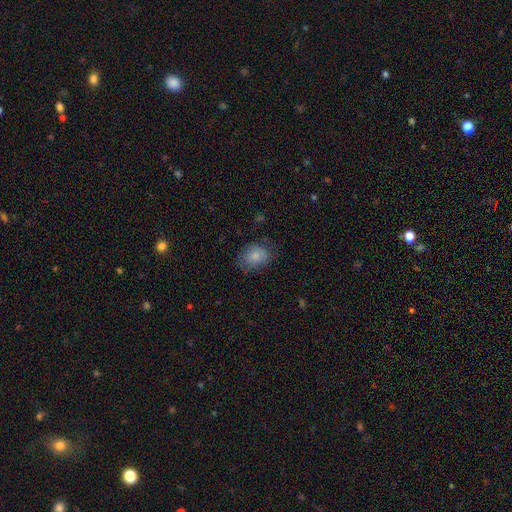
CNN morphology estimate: A smooth galaxy with no disk features (83%) that is in between round and cigar-shaped (57%). Merging: none (68%).